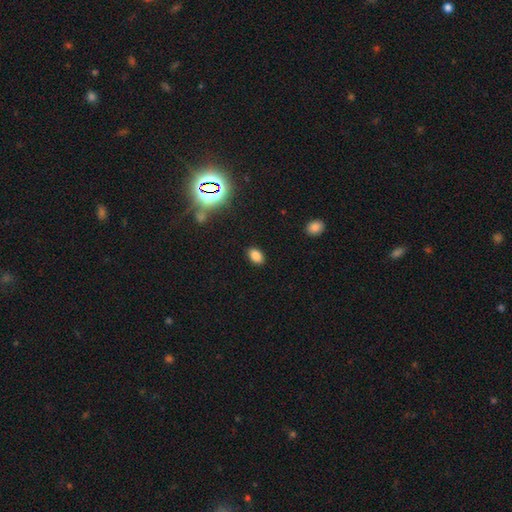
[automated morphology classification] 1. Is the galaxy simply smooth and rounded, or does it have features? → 82% smooth, 13% star or artifact, 6% featured or disk.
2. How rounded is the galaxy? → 84% in between, 14% round, 2% cigar-shaped.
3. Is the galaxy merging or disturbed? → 88% none, 8% minor disturbance, 2% major disturbance, 1% merger.